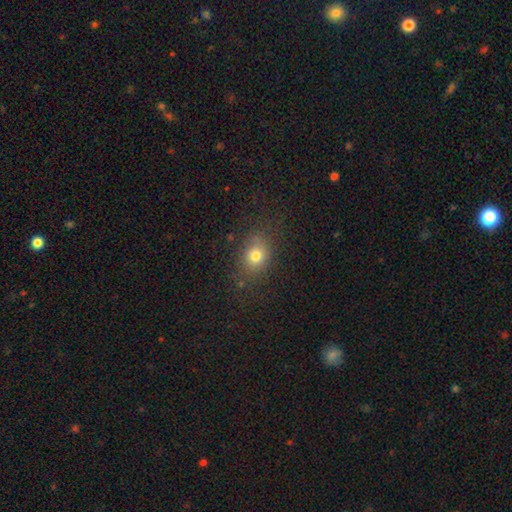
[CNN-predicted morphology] This appears to be a smooth galaxy with no disk features (76%) that is in between round and cigar-shaped (53%). Merging: none (77%).